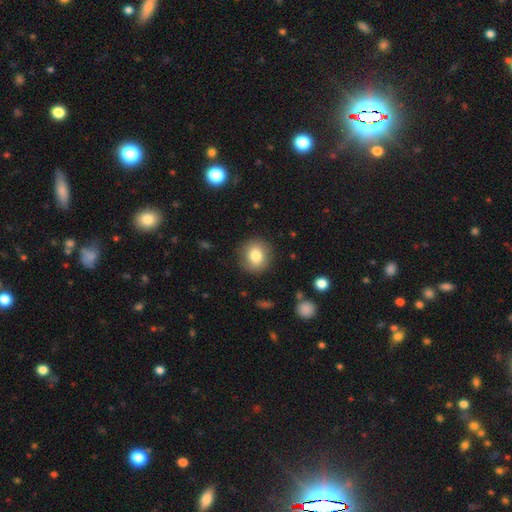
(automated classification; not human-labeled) Smooth or featured? smooth (81%)
How rounded? round (86%)
Merging? none (88%)